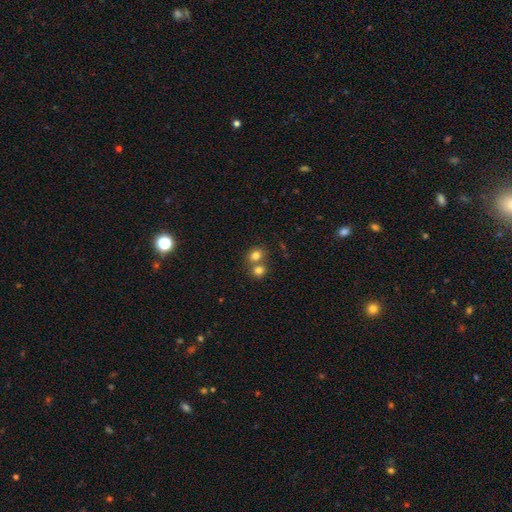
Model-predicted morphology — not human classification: This appears to be a smooth galaxy with no disk features (79%) that is round (70%). Merging: merger (49%).